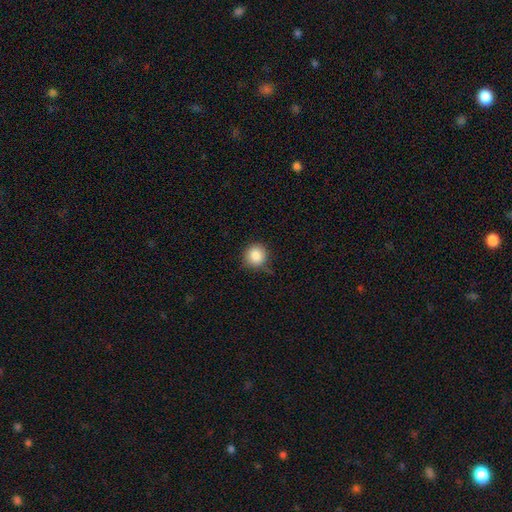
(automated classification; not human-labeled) smooth-or-featured: smooth: 86% | star or artifact: 9% | featured or disk: 4%
  how-rounded: round: 92% | in between: 8% | cigar-shaped: 1%
  merging: none: 80% | minor disturbance: 15% | major disturbance: 3% | merger: 2%